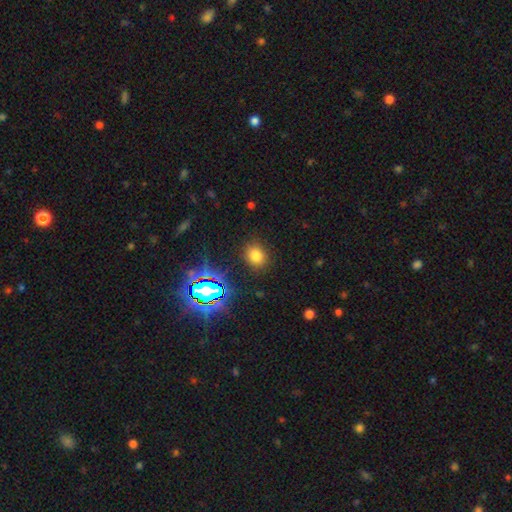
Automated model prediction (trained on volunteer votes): This appears to be a smooth galaxy with no disk features (72%) that is round (56%). Merging: none (86%).